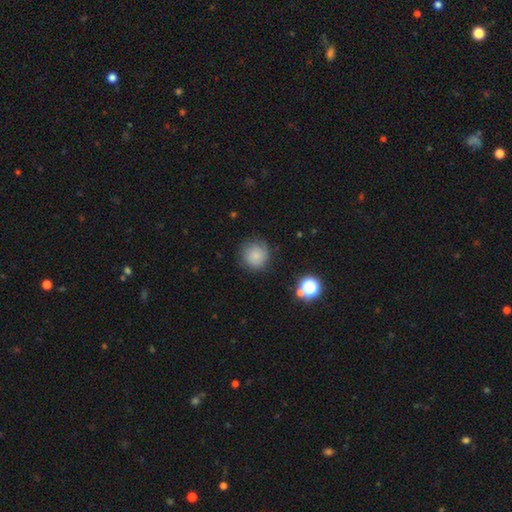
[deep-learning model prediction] Smooth or featured: smooth — 81% (star or artifact — 11%)
How rounded: round — 93% (in between — 6%)
Merging: none — 80% (minor disturbance — 14%)